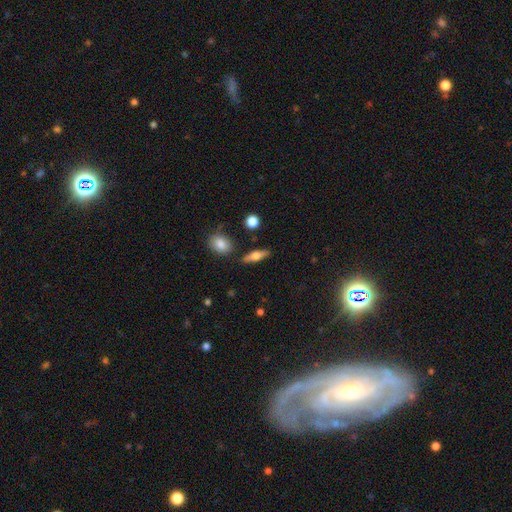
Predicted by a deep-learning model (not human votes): Smooth or featured?
  - smooth: 51% *
  - featured or disk: 41%
  - star or artifact: 7%
How rounded?
  - in between: 48% *
  - cigar-shaped: 46%
  - round: 6%
Merging?
  - none: 83% *
  - minor disturbance: 10%
  - merger: 4%
  - major disturbance: 3%